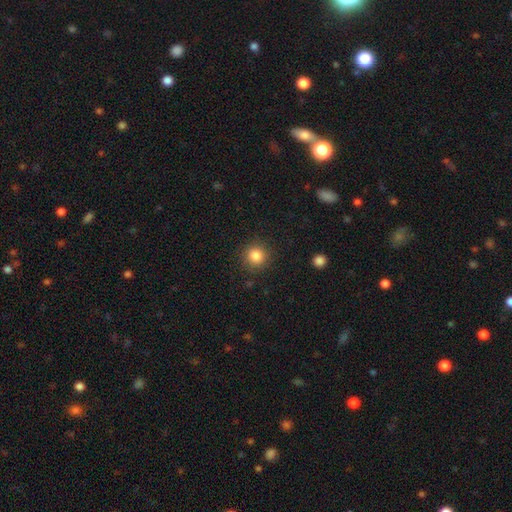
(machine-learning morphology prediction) This appears to be a smooth galaxy with no disk features (85%) that is round (93%). Merging: none (89%).